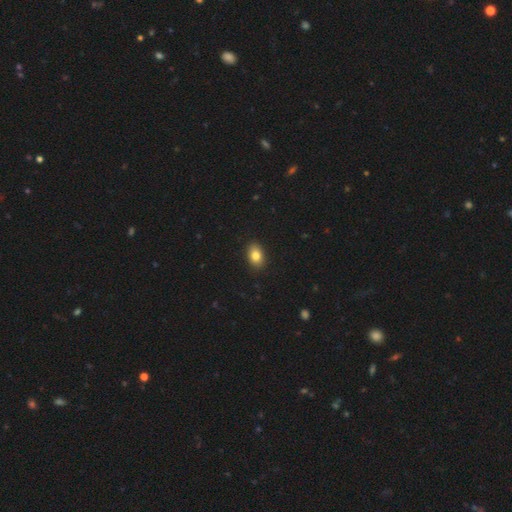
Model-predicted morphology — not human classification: Smooth or featured: smooth — 82% (featured or disk — 9%)
How rounded: in between — 83% (round — 15%)
Merging: none — 90% (minor disturbance — 7%)